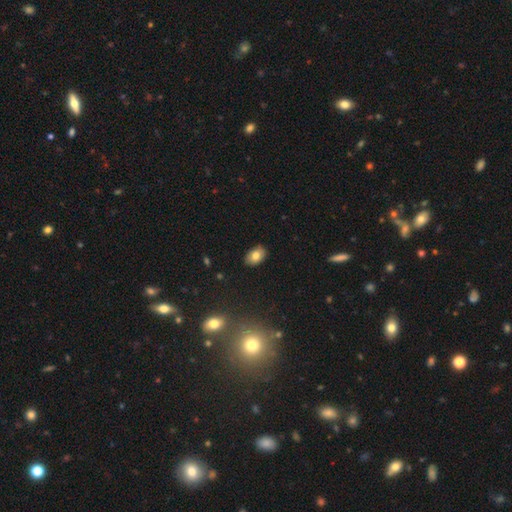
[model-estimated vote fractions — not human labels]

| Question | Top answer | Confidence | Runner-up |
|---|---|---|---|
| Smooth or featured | smooth | 79% | featured or disk (12%) |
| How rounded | in between | 87% | round (12%) |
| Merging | none | 87% | minor disturbance (10%) |